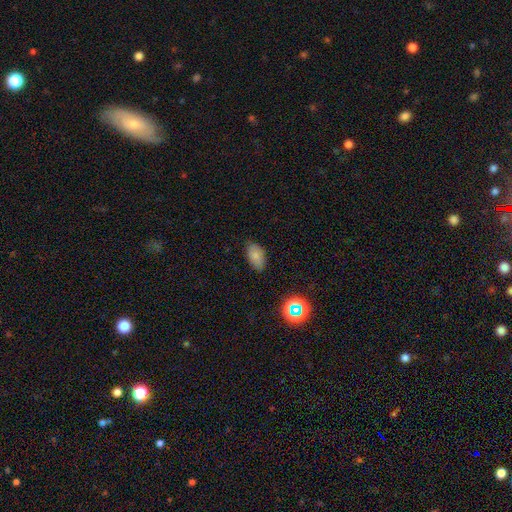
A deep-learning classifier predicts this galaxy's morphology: type=smooth (81%); roundness=in between (92%); merging=none (78%).